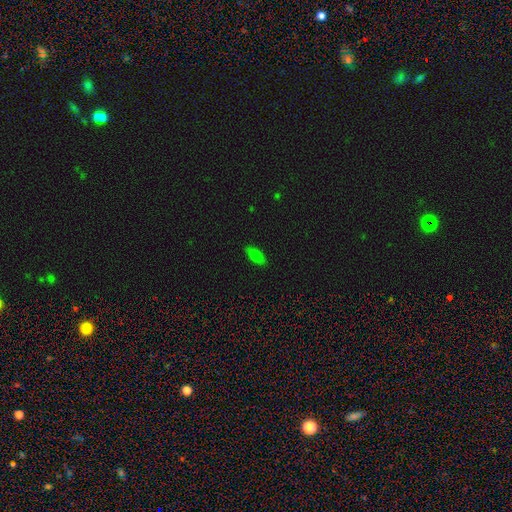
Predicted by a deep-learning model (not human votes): Smooth or featured? Predicted: smooth (p=0.73). How rounded? Predicted: in between (p=0.83). Merging? Predicted: none (p=0.86).